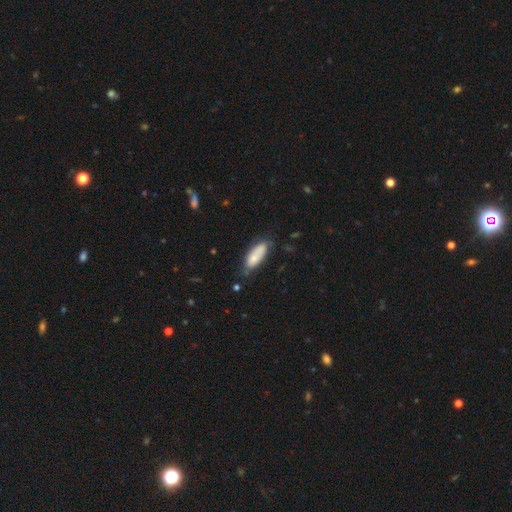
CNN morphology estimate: This is likely a smooth galaxy (75%). How rounded: likely in between (75%). Merging: possibly none (60%).